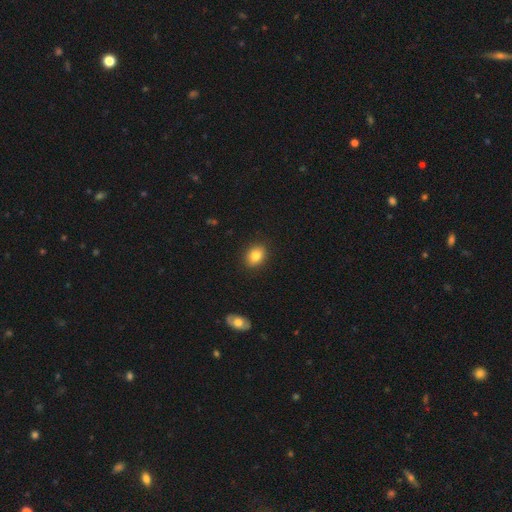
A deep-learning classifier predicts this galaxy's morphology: A smooth galaxy with no disk features (83%) that is in between round and cigar-shaped (52%).

Vote fractions:
- Smooth or featured? smooth: 83% / star or artifact: 9% / featured or disk: 8%
- How rounded? in between: 52% / round: 47% / cigar-shaped: 1%
- Merging? none: 89% / minor disturbance: 8% / major disturbance: 2% / merger: 1%